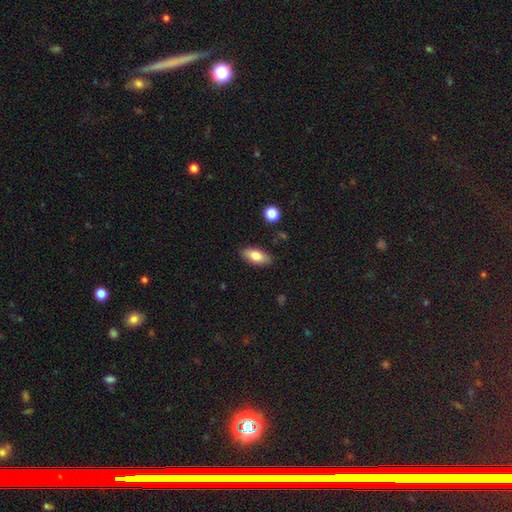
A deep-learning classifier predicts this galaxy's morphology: A smooth galaxy with no disk features (79%) that is in between round and cigar-shaped (86%).

Vote fractions:
- Smooth or featured? smooth: 79% / featured or disk: 14% / star or artifact: 7%
- How rounded? in between: 86% / cigar-shaped: 10% / round: 3%
- Merging? none: 87% / minor disturbance: 10% / major disturbance: 2% / merger: 1%